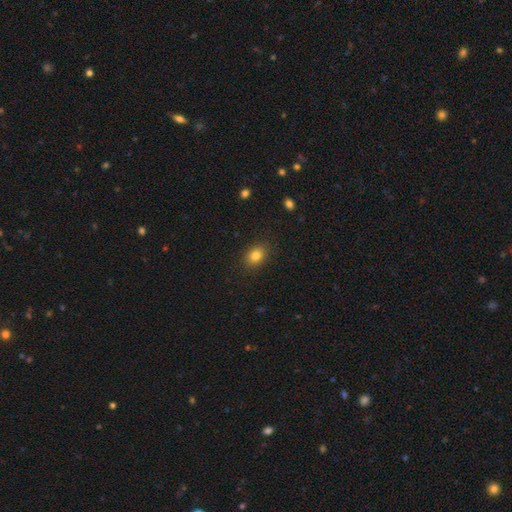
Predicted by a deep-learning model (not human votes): Smooth or featured?
  - smooth: 82% *
  - star or artifact: 11%
  - featured or disk: 7%
How rounded?
  - in between: 62% *
  - round: 37%
  - cigar-shaped: 1%
Merging?
  - none: 88% *
  - minor disturbance: 9%
  - major disturbance: 2%
  - merger: 1%